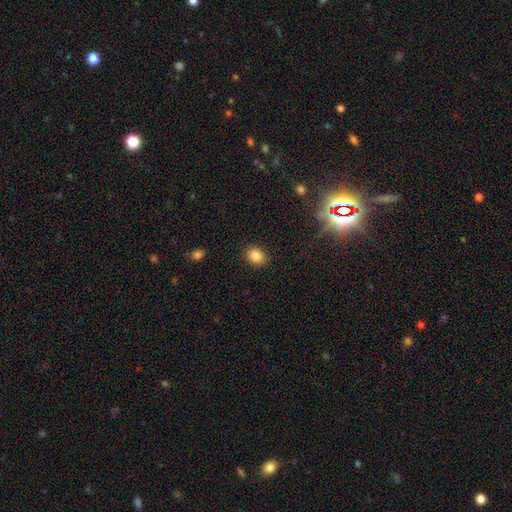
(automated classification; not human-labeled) Q: Smooth or featured?
A: smooth (84%); runner-up: star or artifact (11%)
Q: How rounded?
A: in between (57%); runner-up: round (42%)
Q: Merging?
A: none (87%); runner-up: minor disturbance (9%)